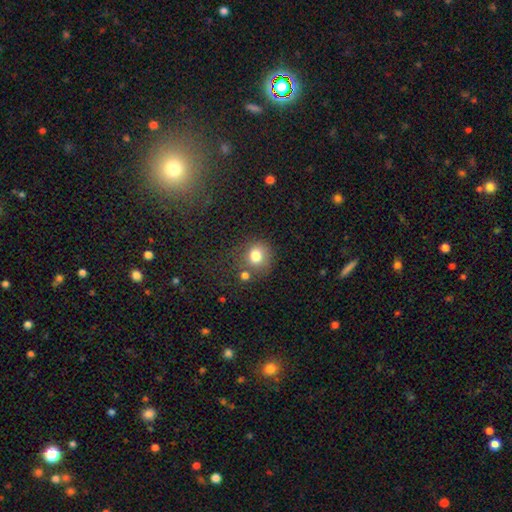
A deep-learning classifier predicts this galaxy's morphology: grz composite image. It shows a smooth galaxy with no disk features (79%) that is round (80%). Merging: none (61%).